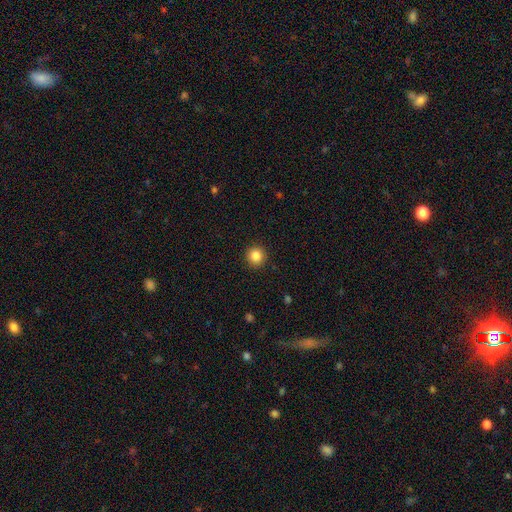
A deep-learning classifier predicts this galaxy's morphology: This is clearly a smooth galaxy (85%). How rounded: clearly round (95%). Merging: clearly none (93%).